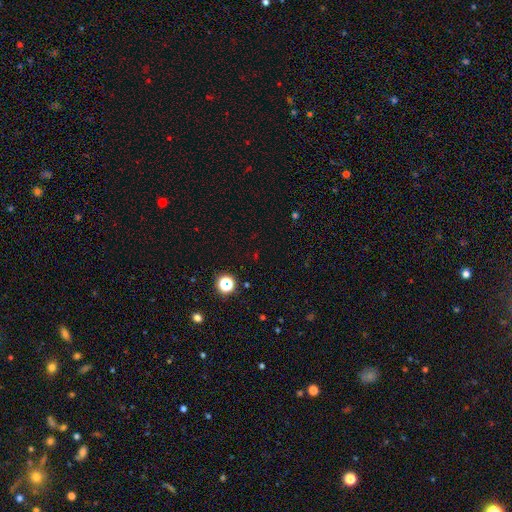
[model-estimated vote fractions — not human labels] smooth_or_featured: star or artifact (p=0.63) [alt: smooth p=0.30]